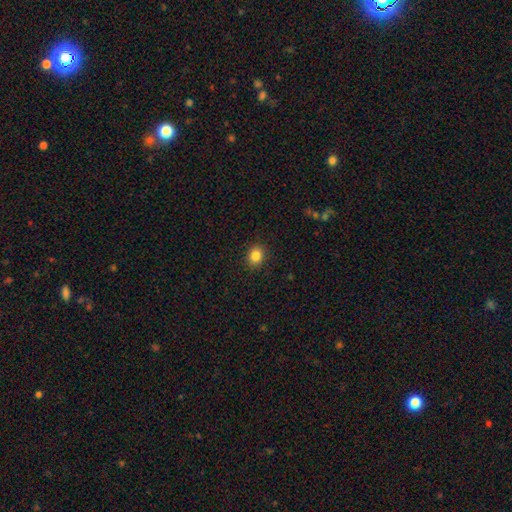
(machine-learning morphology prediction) A smooth galaxy with no disk features (85%) that is round (68%).

Vote fractions:
- Smooth or featured? smooth: 85% / star or artifact: 11% / featured or disk: 5%
- How rounded? round: 68% / in between: 31% / cigar-shaped: 1%
- Merging? none: 90% / minor disturbance: 7% / major disturbance: 2% / merger: 1%